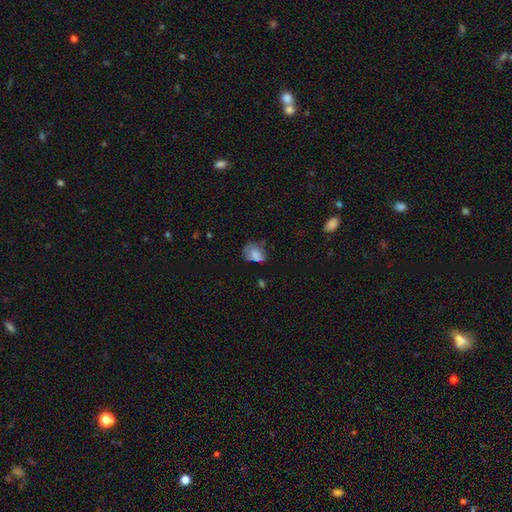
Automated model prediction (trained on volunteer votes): Smooth or featured? Predicted: smooth (p=0.72). How rounded? Predicted: in between (p=0.64). Merging? Predicted: none (p=0.44).